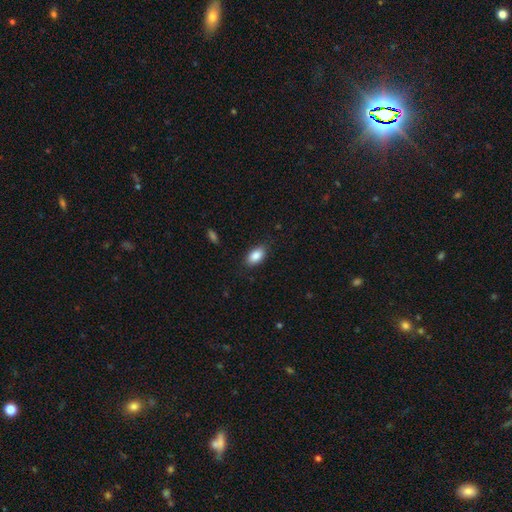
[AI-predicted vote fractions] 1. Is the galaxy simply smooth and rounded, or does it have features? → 87% smooth, 7% star or artifact, 5% featured or disk.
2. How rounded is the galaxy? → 92% in between, 6% round, 3% cigar-shaped.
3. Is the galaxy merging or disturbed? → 84% none, 12% minor disturbance, 3% major disturbance, 1% merger.